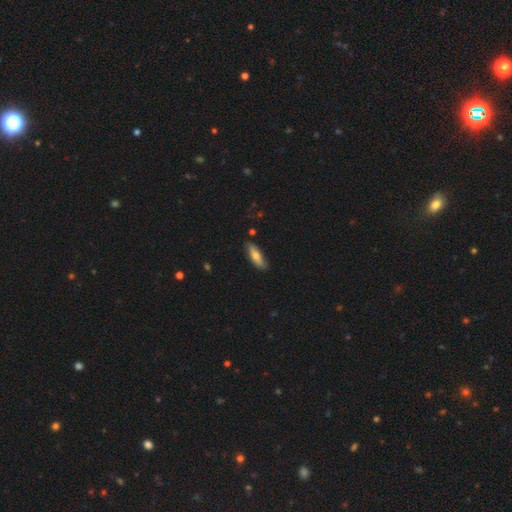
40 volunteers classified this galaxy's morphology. smooth 65%, featured or disk 28%, star or artifact 8%. Down the decision tree: how rounded — cigar-shaped (50%); merging — none (78%).